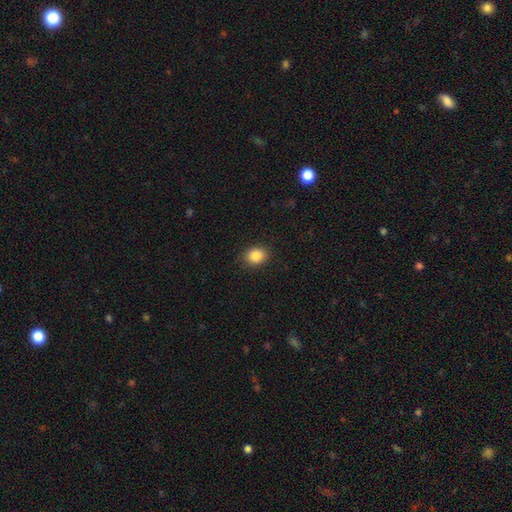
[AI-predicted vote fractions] Smooth or featured? Predicted: smooth (p=0.86). How rounded? Predicted: round (p=0.53). Merging? Predicted: none (p=0.89).